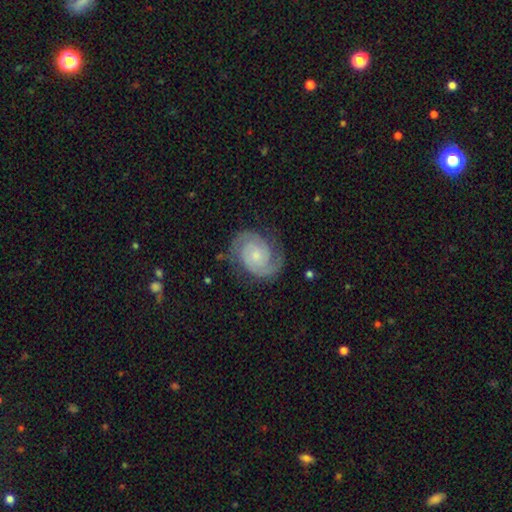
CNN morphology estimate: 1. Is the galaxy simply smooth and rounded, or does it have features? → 90% featured or disk, 5% smooth, 5% star or artifact.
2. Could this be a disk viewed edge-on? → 98% no, 2% yes.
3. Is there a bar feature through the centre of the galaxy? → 70% no, 24% weak, 6% strong.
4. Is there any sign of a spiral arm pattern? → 98% yes, 2% no.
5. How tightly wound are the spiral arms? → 67% tight, 29% medium, 4% loose.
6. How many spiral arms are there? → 90% 2, 3% 3, 3% can't tell, 1% 1, 1% 4, 1% more than 4.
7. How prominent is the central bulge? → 63% small, 29% moderate, 5% none, 2% large, 1% dominant.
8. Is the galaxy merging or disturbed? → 81% none, 13% minor disturbance, 5% major disturbance, 1% merger.